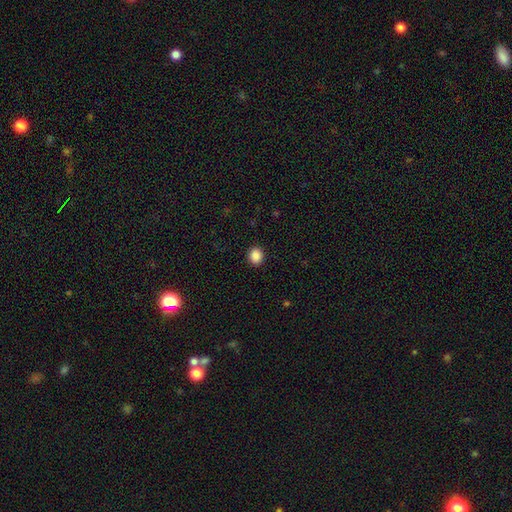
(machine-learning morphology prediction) Q: Smooth or featured?
A: smooth (88%); runner-up: star or artifact (9%)
Q: How rounded?
A: round (75%); runner-up: in between (24%)
Q: Merging?
A: none (92%); runner-up: minor disturbance (6%)